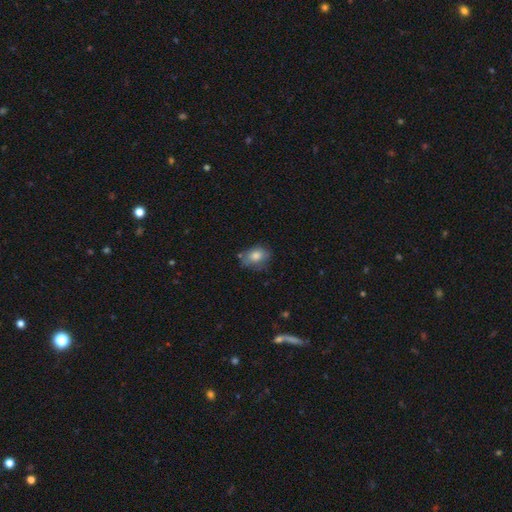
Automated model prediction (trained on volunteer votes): This appears to be a smooth galaxy with no disk features (78%) that is in between round and cigar-shaped (71%). Merging: none (64%).